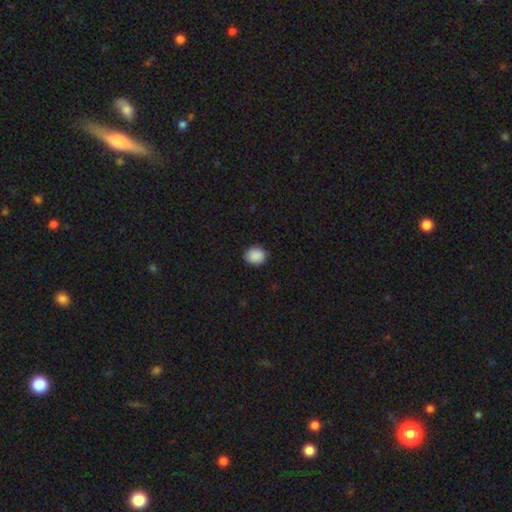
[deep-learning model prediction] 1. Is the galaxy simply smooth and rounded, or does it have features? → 89% smooth, 8% star or artifact, 3% featured or disk.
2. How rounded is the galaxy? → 65% round, 34% in between, 1% cigar-shaped.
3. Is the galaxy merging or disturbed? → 87% none, 10% minor disturbance, 2% major disturbance, 1% merger.